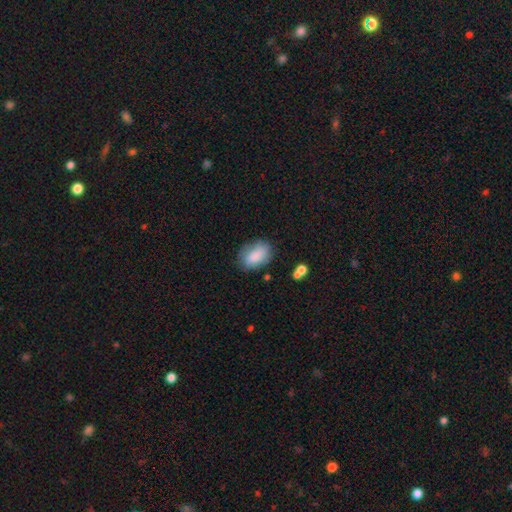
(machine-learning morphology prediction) This is clearly a smooth galaxy (84%). How rounded: clearly in between (87%). Merging: likely none (67%).